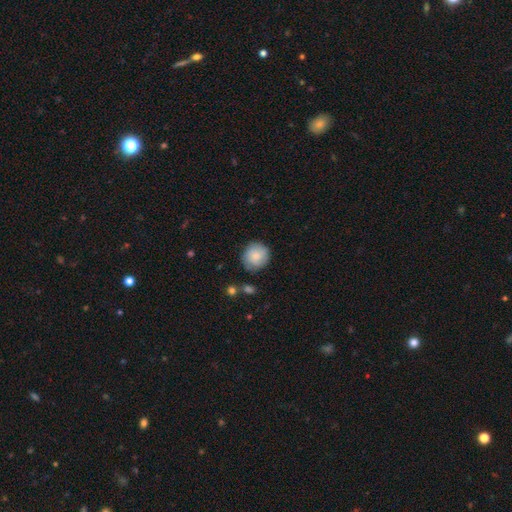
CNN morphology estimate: Smooth or featured? smooth (78%)
How rounded? round (90%)
Merging? none (81%)